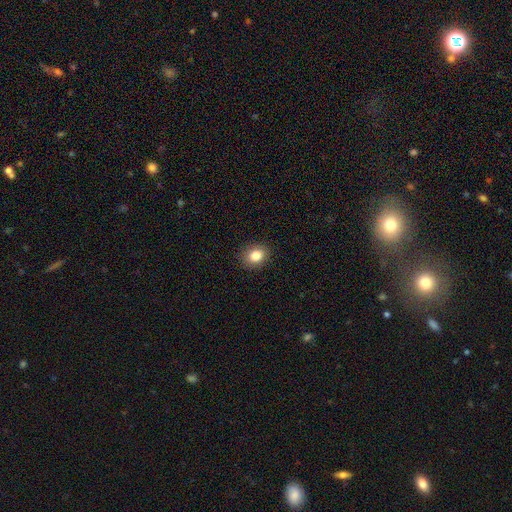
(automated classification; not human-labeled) Smooth or featured? smooth (84%)
How rounded? in between (50%, tied with round)
Merging? none (89%)